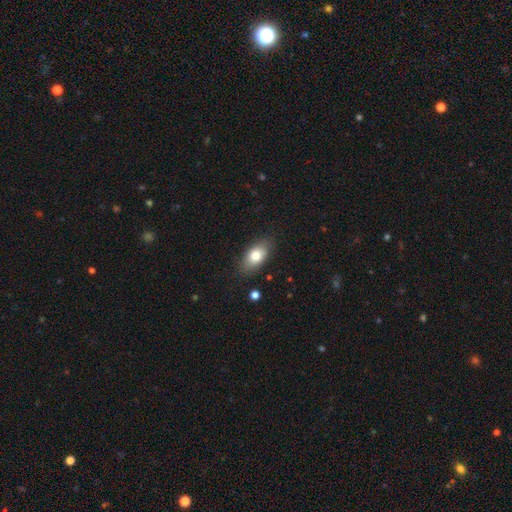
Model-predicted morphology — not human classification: The model was most divided on "smooth or featured": smooth: 77%, featured or disk: 16%, star or artifact: 8%. More confident: how rounded — in between (89%); merging — none (84%).